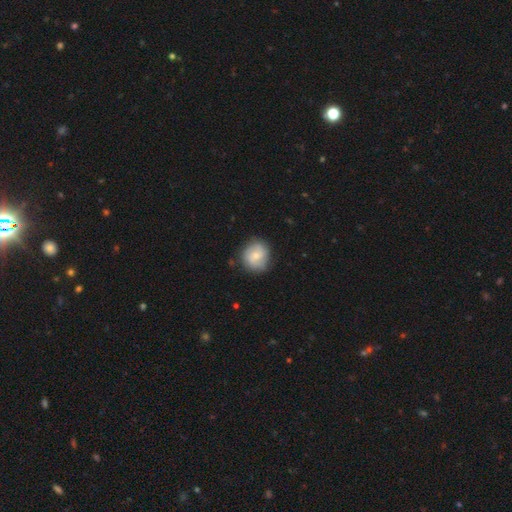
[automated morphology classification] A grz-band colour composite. It shows a smooth galaxy with no disk features (56%) that is round (85%). Merging: none (80%).